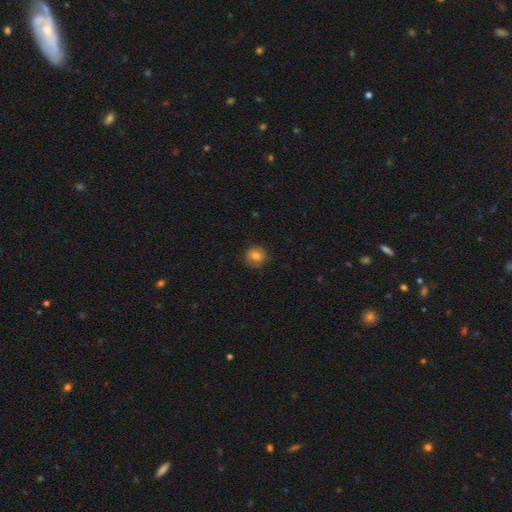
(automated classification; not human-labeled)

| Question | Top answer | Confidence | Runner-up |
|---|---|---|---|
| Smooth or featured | smooth | 76% | featured or disk (14%) |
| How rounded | round | 82% | in between (17%) |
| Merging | none | 83% | minor disturbance (13%) |